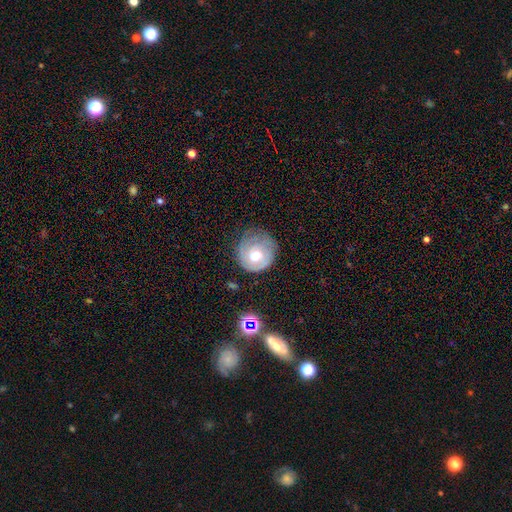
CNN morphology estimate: Smooth or featured?
  - featured or disk: 46% *
  - smooth: 45%
  - star or artifact: 9%
Merging?
  - none: 56% *
  - minor disturbance: 29%
  - major disturbance: 13%
  - merger: 2%